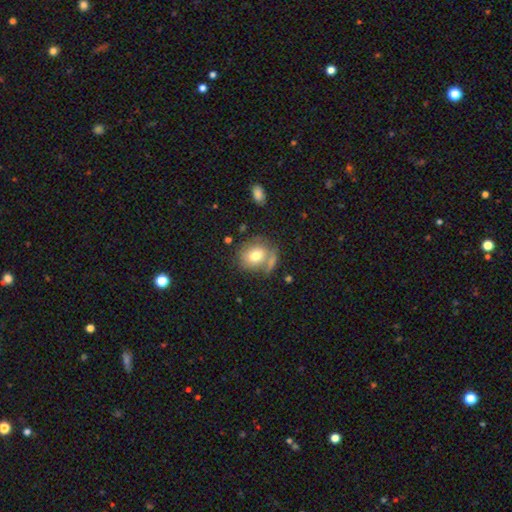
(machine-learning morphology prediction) A smooth galaxy with no disk features (72%) that is round (60%).

Vote fractions:
- Smooth or featured? smooth: 72% / featured or disk: 19% / star or artifact: 9%
- How rounded? round: 60% / in between: 38% / cigar-shaped: 1%
- Merging? none: 57% / merger: 19% / minor disturbance: 17% / major disturbance: 7%